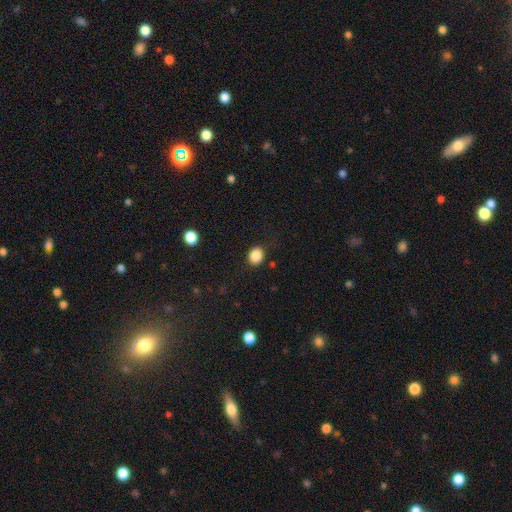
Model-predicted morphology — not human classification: Overall: smooth (87%). How rounded: round (55%; in between 44%). Merging: none (86%).